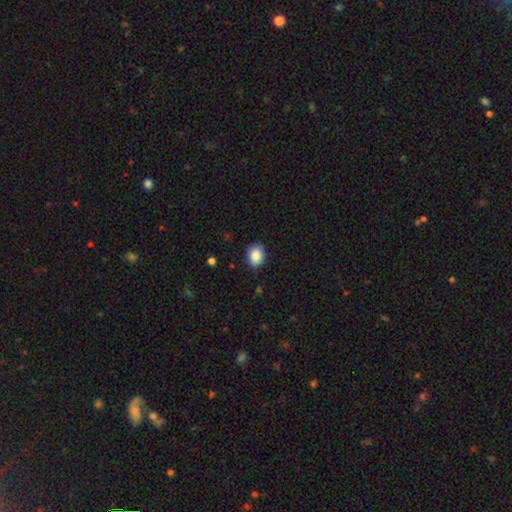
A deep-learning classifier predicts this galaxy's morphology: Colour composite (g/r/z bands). It shows a smooth galaxy with no disk features (88%) that is in between round and cigar-shaped (59%). Merging: none (87%).